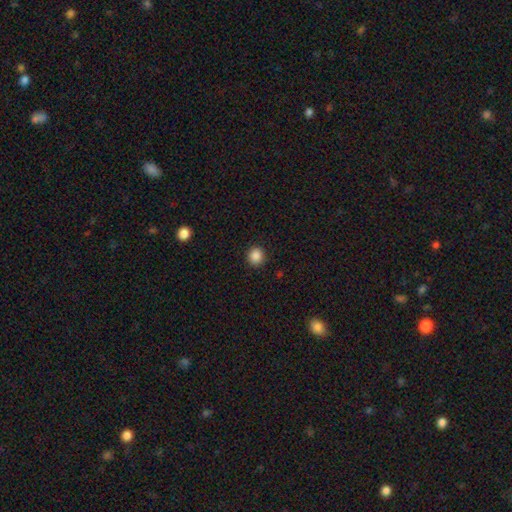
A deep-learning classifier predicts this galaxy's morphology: Q: Smooth or featured?
A: smooth (87%); runner-up: star or artifact (10%)
Q: How rounded?
A: round (91%); runner-up: in between (8%)
Q: Merging?
A: none (92%); runner-up: minor disturbance (5%)